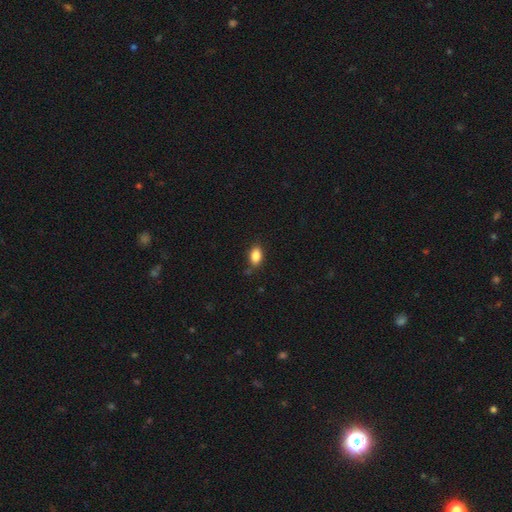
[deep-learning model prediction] Morphology: type=smooth (86%); roundness=in between (88%); merging=none (81%).